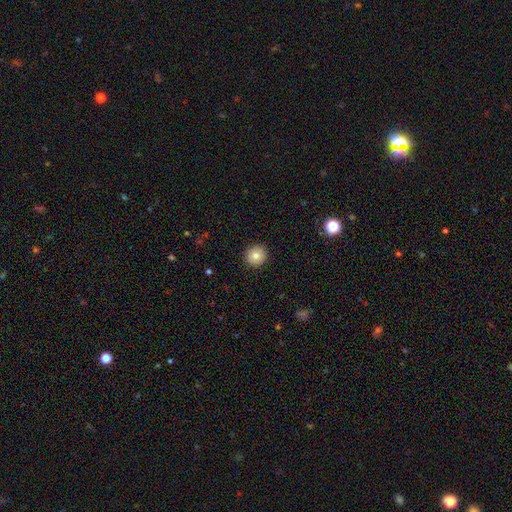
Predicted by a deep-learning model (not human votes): A smooth galaxy with no disk features (82%) that is round (93%).

Vote fractions:
- Smooth or featured? smooth: 82% / star or artifact: 10% / featured or disk: 9%
- How rounded? round: 93% / in between: 6% / cigar-shaped: 1%
- Merging? none: 92% / minor disturbance: 5% / major disturbance: 2% / merger: 1%